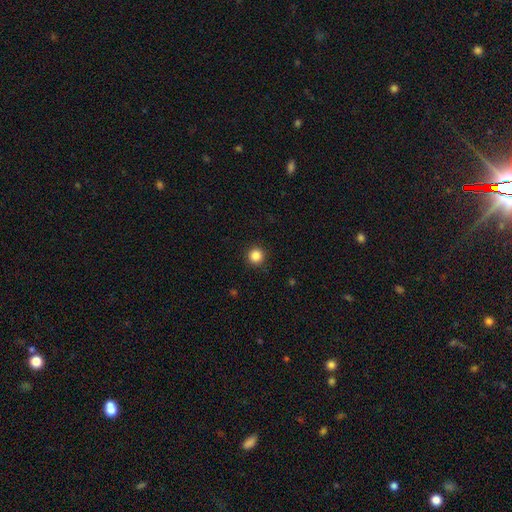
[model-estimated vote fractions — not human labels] smooth_or_featured: smooth (p=0.86) [alt: star or artifact p=0.11]
how_rounded: round (p=0.96) [alt: in between p=0.03]
merging: none (p=0.92) [alt: minor disturbance p=0.05]